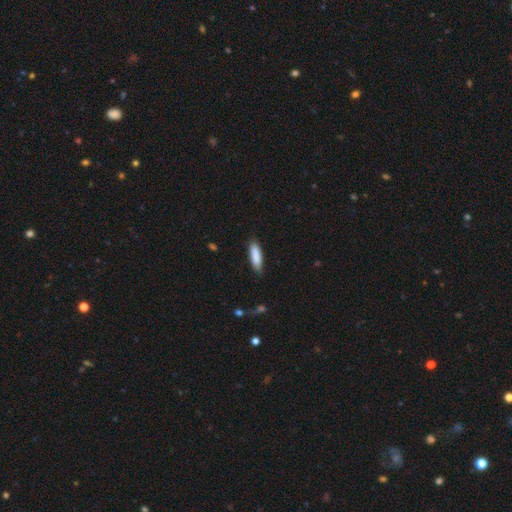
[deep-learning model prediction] Smooth or featured: smooth — 87% (featured or disk — 7%)
How rounded: cigar-shaped — 54% (in between — 44%)
Merging: none — 80% (minor disturbance — 16%)